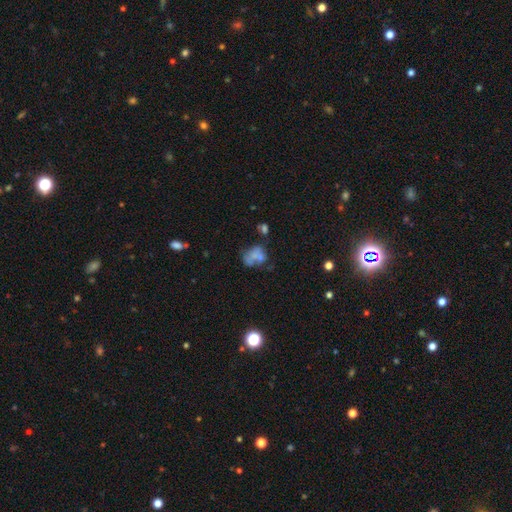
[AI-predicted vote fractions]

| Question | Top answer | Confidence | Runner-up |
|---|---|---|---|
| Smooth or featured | smooth | 51% | featured or disk (34%) |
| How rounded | in between | 70% | round (28%) |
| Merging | merger | 29% | none (28%) |